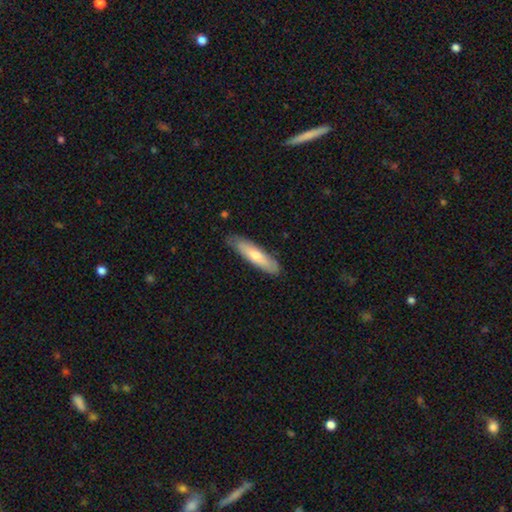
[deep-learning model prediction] smooth 69%, featured or disk 26%, star or artifact 5%. Down the decision tree: how rounded — cigar-shaped (71%); merging — none (80%).